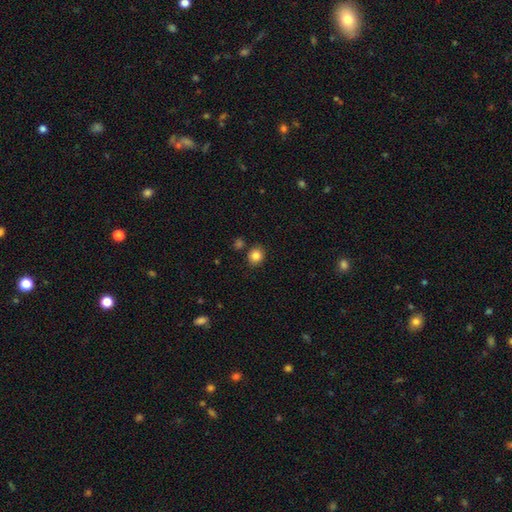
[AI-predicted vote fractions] Smooth or featured? Predicted: smooth (p=0.85). How rounded? Predicted: round (p=0.77). Merging? Predicted: none (p=0.83).